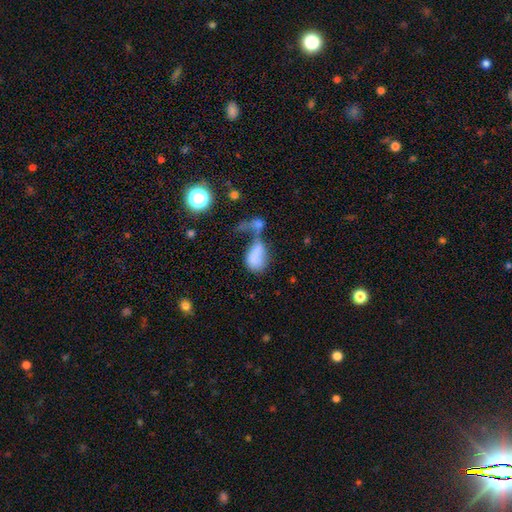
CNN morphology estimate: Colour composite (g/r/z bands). It shows a smooth galaxy with no disk features (71%) that is in between round and cigar-shaped (84%). Merging: merger (38%, tied with major disturbance).